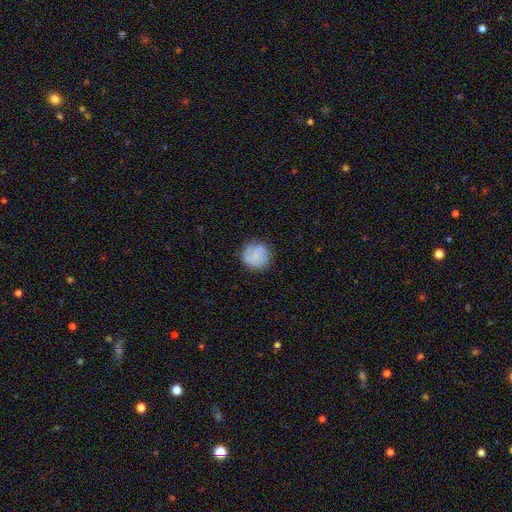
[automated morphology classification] Overall: smooth (60%; featured or disk 32%). How rounded: round (92%). Merging: none (80%).